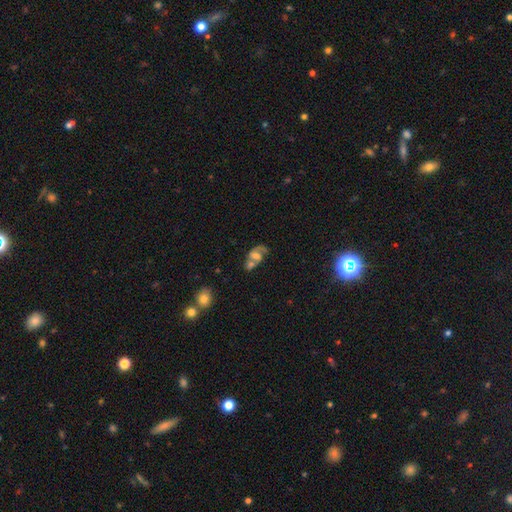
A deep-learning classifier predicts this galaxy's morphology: This is possibly a featured or disk galaxy (60%). It is clearly not viewed edge-on (96%). Bar: possibly no (50%). Spiral arm pattern: likely yes (74%). Central bulge: marginally moderate (36%). Merging: possibly merger (47%).